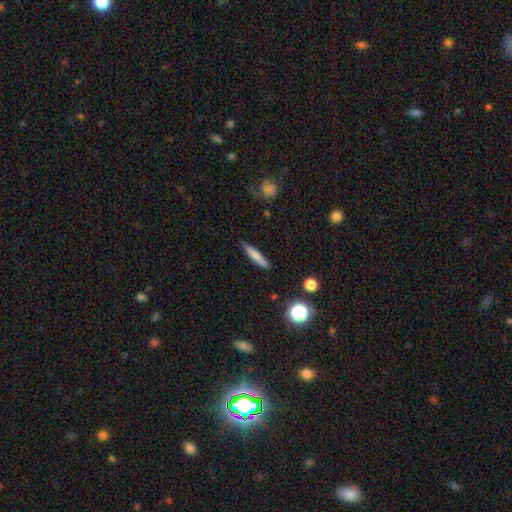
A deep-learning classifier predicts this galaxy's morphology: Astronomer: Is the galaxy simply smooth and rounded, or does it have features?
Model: smooth — 74%.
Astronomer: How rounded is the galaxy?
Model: cigar-shaped — 90%.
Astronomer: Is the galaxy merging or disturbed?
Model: none — 86%.